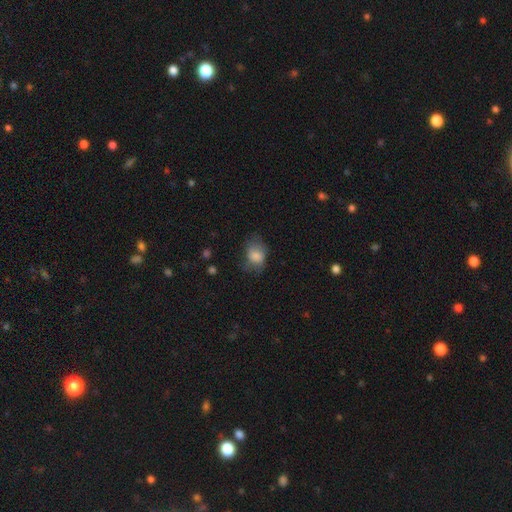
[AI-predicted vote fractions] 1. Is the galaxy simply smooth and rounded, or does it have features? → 78% smooth, 13% featured or disk, 9% star or artifact.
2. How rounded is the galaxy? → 67% in between, 32% round, 1% cigar-shaped.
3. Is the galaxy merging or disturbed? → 47% none, 31% minor disturbance, 20% major disturbance, 2% merger.